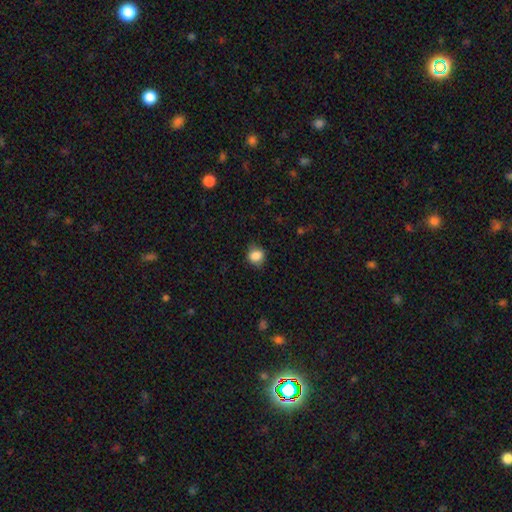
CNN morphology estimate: smooth 85%, star or artifact 9%, featured or disk 5%. Down the decision tree: how rounded — round (72%); merging — none (77%).